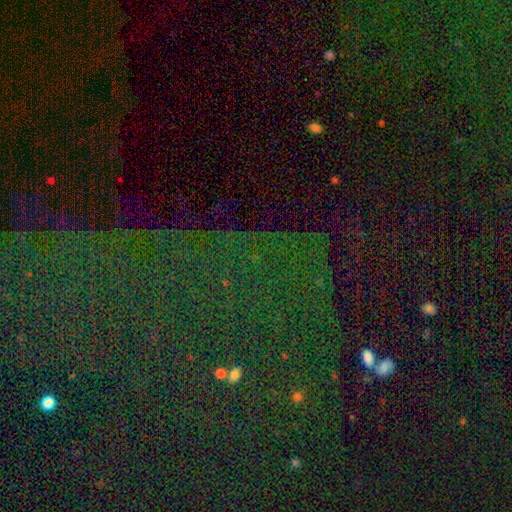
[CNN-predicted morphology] This is clearly a star or artifact rather than a galaxy (81%).